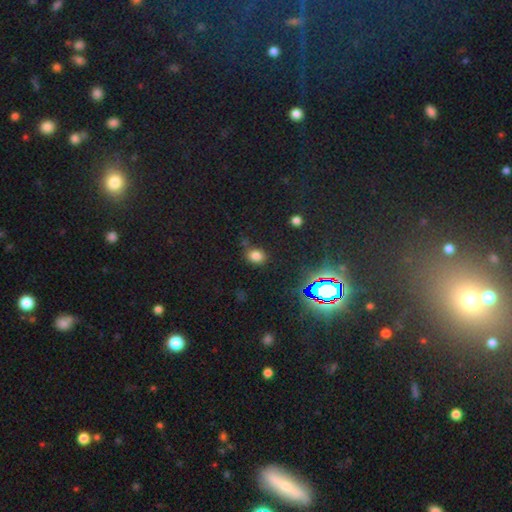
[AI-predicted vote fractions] Overall: smooth (72%). How rounded: round (55%; in between 44%). Merging: none (73%).